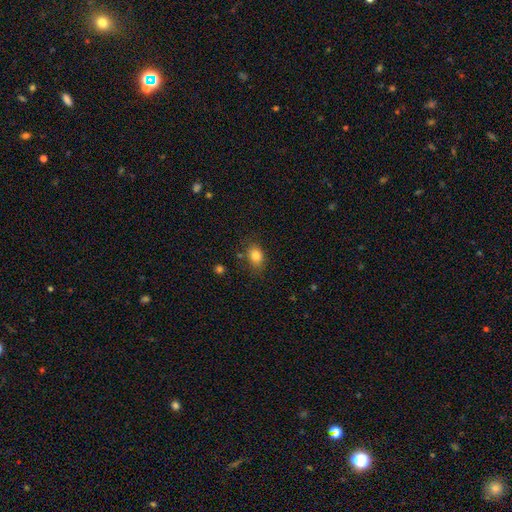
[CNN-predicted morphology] type=smooth (82%); roundness=in between (56%); merging=none (76%).